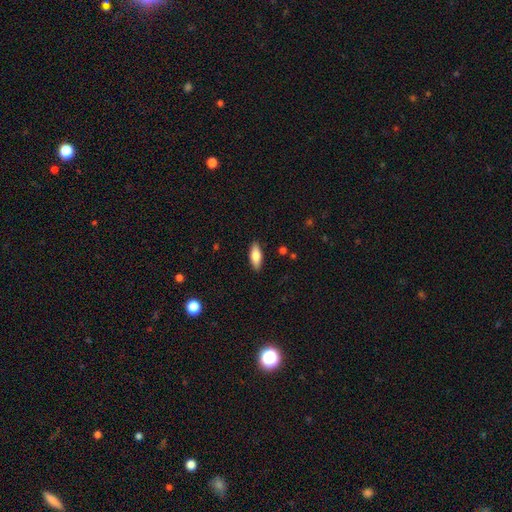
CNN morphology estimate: This appears to be a smooth galaxy with no disk features (76%) that is in between round and cigar-shaped (72%). Merging: none (88%).